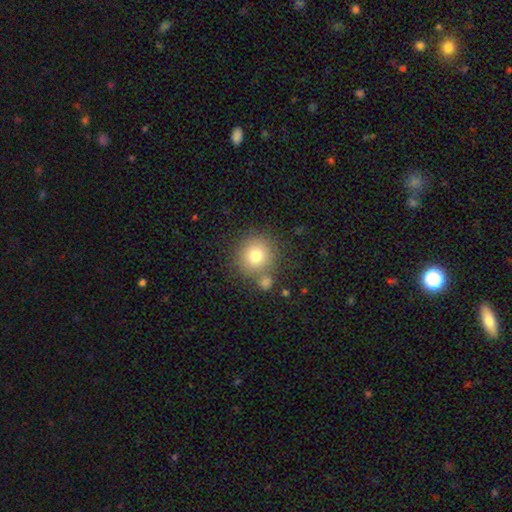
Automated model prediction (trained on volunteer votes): smooth 77%, star or artifact 12%, featured or disk 12%. Down the decision tree: how rounded — round (92%); merging — none (73%).